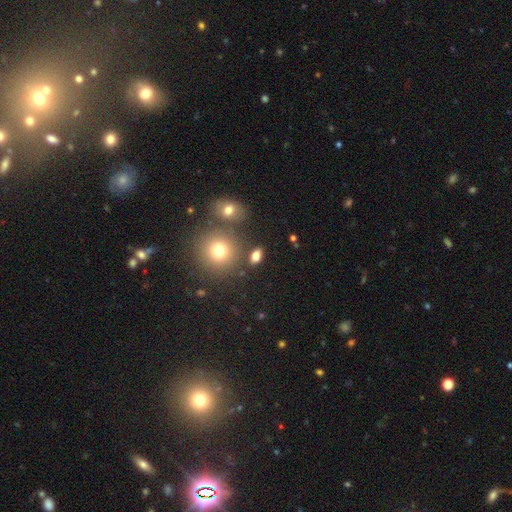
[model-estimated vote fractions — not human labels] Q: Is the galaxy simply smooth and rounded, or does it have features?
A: smooth — 77%.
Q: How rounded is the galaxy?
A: in between — 75%.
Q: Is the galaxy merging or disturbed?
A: none — 78%.